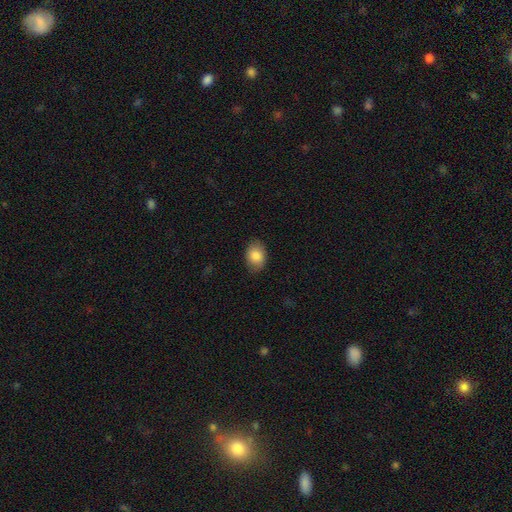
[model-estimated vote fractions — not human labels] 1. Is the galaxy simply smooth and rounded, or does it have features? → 86% smooth, 7% star or artifact, 7% featured or disk.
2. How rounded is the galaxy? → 77% in between, 22% round, 1% cigar-shaped.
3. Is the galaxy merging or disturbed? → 83% none, 13% minor disturbance, 3% major disturbance, 1% merger.